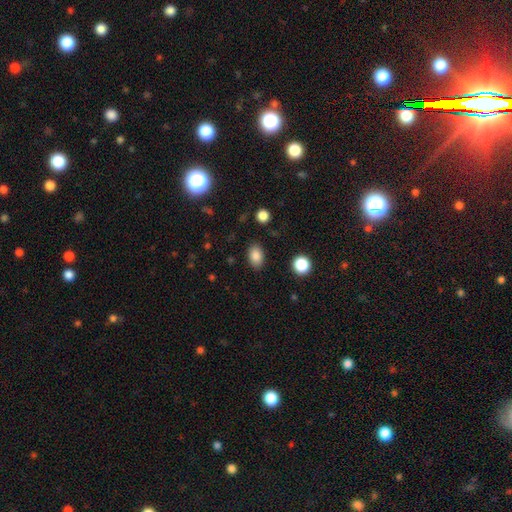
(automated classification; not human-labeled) smooth 85%, star or artifact 10%, featured or disk 5%. Down the decision tree: how rounded — in between (83%); merging — none (86%).